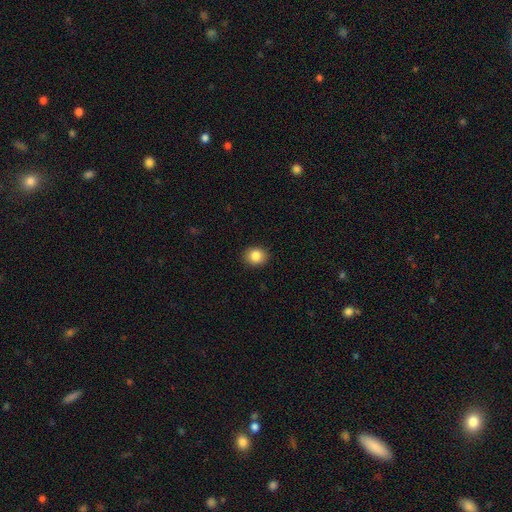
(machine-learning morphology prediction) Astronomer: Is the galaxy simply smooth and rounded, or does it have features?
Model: smooth — 85%.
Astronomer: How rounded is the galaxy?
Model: round — 66%.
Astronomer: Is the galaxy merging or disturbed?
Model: none — 90%.